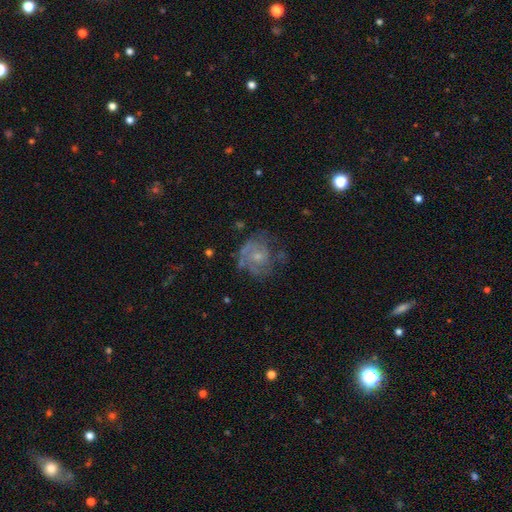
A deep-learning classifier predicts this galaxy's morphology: smooth-or-featured: featured or disk: 74% | smooth: 18% | star or artifact: 8%
  disk-edge-on: no: 98% | yes: 2%
    bar: no: 75% | weak: 22% | strong: 3%
    has-spiral-arms: yes: 85% | no: 15%
      spiral-winding: tight: 51% | medium: 37% | loose: 13%
      spiral-arm-count: 2: 35% | can't tell: 32% | 3: 17% | 1: 9% | 4: 4% | more than 4: 4%
    bulge-size: small: 62% | moderate: 28% | none: 7% | large: 2% | dominant: 1%
  merging: none: 57% | minor disturbance: 23% | major disturbance: 18% | merger: 3%